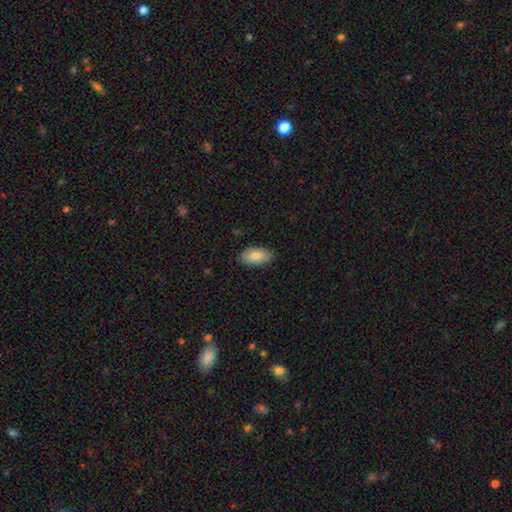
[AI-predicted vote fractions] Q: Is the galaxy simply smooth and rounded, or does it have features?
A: smooth — 80%.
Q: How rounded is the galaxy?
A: in between — 94%.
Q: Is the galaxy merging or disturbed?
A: none — 86%.